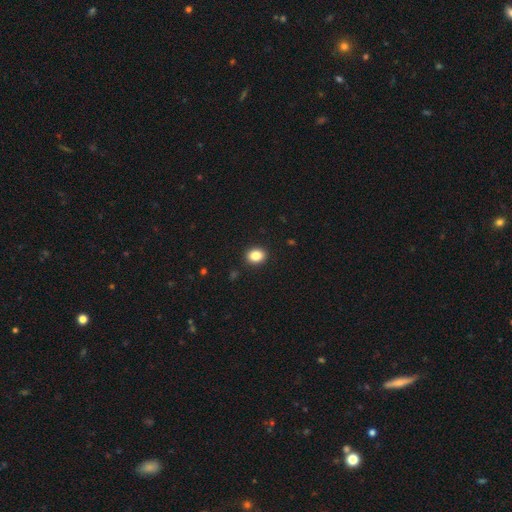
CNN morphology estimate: Overall: smooth (85%). How rounded: round (52%; in between 47%). Merging: none (91%).